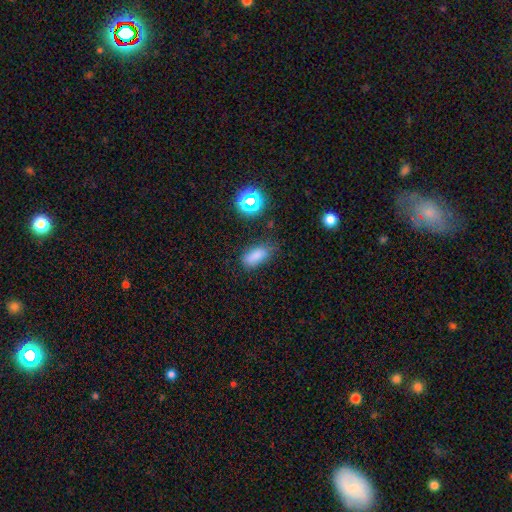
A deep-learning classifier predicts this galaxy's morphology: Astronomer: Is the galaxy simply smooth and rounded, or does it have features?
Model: smooth — 76%.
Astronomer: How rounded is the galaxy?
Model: in between — 82%.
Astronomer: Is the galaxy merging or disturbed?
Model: none — 65%.